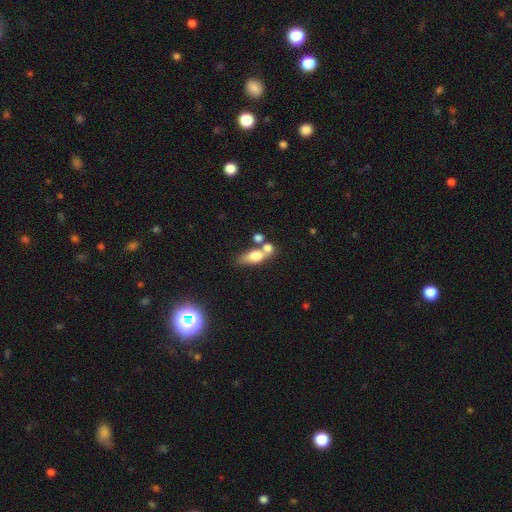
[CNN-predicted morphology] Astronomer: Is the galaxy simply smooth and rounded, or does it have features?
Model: smooth — 67%.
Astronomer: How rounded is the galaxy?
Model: in between — 65%.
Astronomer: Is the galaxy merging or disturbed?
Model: merger — 44% (runner-up: none, 36%).